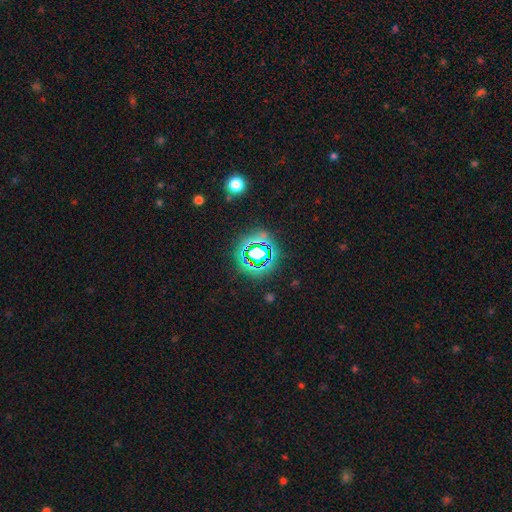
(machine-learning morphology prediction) This appears to be a star or artifact, not a galaxy (72%).